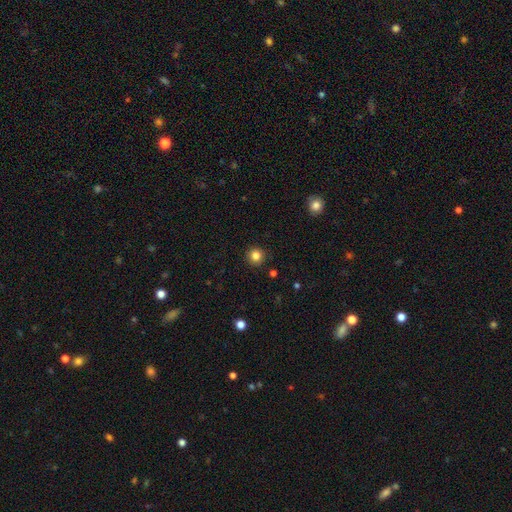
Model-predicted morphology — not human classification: Smooth or featured?
  - smooth: 83% *
  - star or artifact: 12%
  - featured or disk: 5%
How rounded?
  - round: 95% *
  - in between: 4%
  - cigar-shaped: 1%
Merging?
  - none: 92% *
  - minor disturbance: 5%
  - major disturbance: 2%
  - merger: 1%